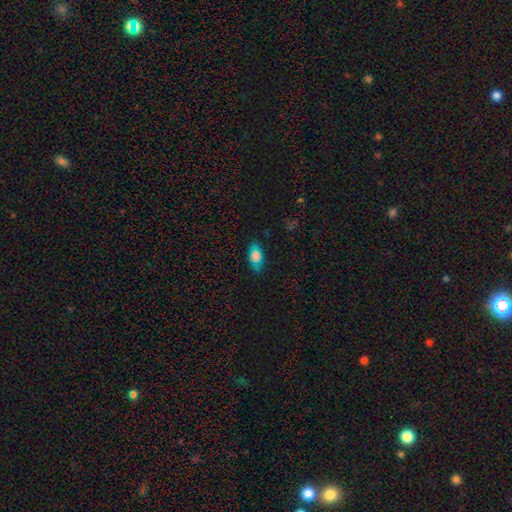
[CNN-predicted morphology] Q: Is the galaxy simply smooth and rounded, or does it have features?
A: smooth — 65%.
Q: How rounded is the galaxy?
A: in between — 87%.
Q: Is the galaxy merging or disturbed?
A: none — 80%.